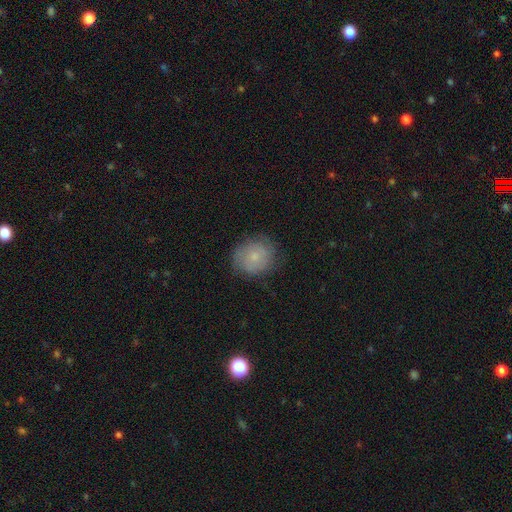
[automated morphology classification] smooth 66%, featured or disk 25%, star or artifact 9%. Down the decision tree: how rounded — round (79%); merging — none (75%).